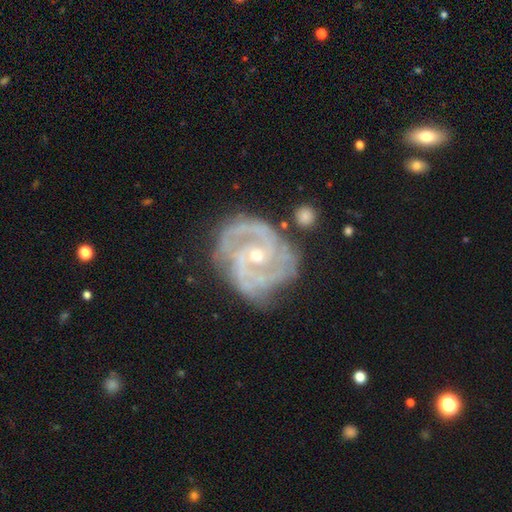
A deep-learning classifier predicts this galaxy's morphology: Overall: featured or disk (91%). Edge-on disk: no (98%). Bar: no (57%; weak 34%). Spiral arms: yes (97%). Spiral arm count: 2 (47%; 3 25%). Spiral winding: tight (56%; medium 38%). Bulge size: moderate (50%; small 47%). Merging: none (65%).